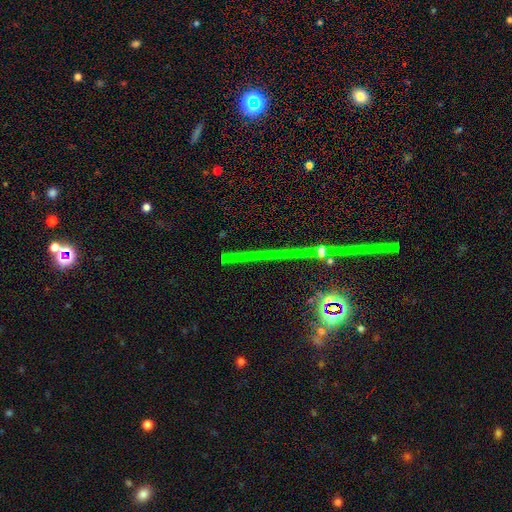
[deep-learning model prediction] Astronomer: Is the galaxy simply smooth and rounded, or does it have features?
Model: star or artifact — 67%.